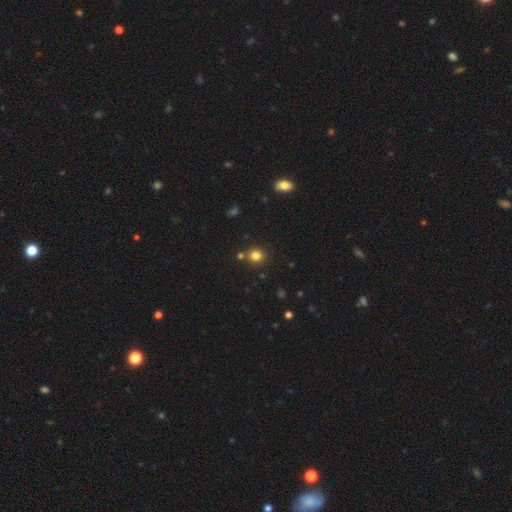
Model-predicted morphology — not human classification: This is likely a smooth galaxy (80%). How rounded: clearly round (87%). Merging: likely none (80%).